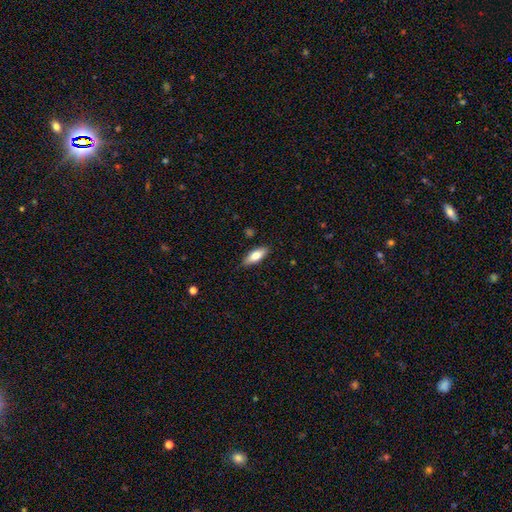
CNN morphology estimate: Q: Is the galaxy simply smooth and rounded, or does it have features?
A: smooth — 75%.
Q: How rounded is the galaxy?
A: in between — 69%.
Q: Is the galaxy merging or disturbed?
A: none — 84%.